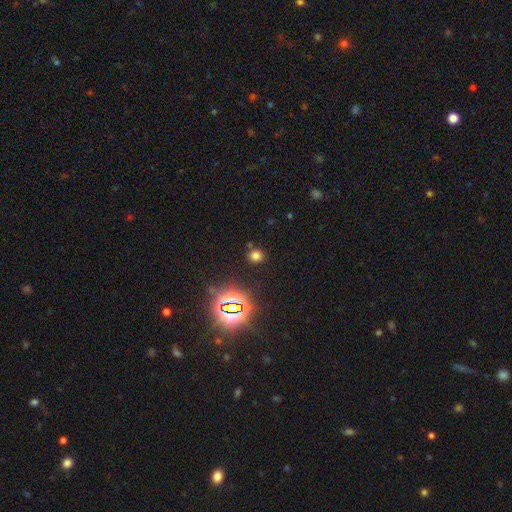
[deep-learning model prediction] This is likely a smooth galaxy (64%). How rounded: likely round (77%). Merging: clearly none (81%).